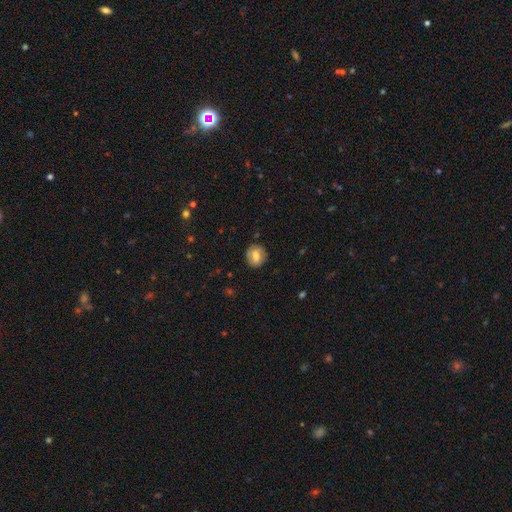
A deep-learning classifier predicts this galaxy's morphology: smooth 63%, featured or disk 28%, star or artifact 9%. Down the decision tree: how rounded — round (73%); merging — none (84%).